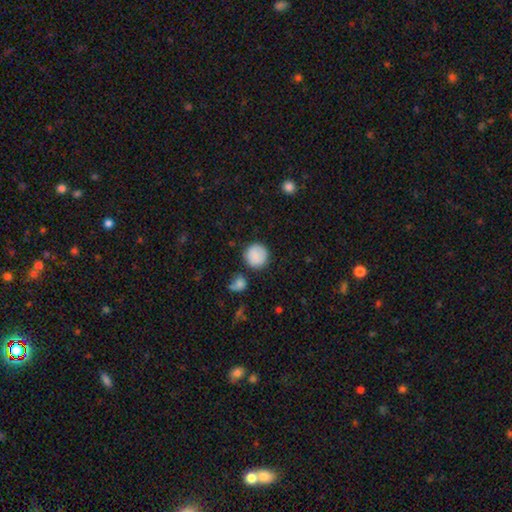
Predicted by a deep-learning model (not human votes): smooth-or-featured: smooth: 84% | featured or disk: 9% | star or artifact: 8%
  how-rounded: round: 94% | in between: 5% | cigar-shaped: 1%
  merging: none: 84% | minor disturbance: 10% | merger: 4% | major disturbance: 3%